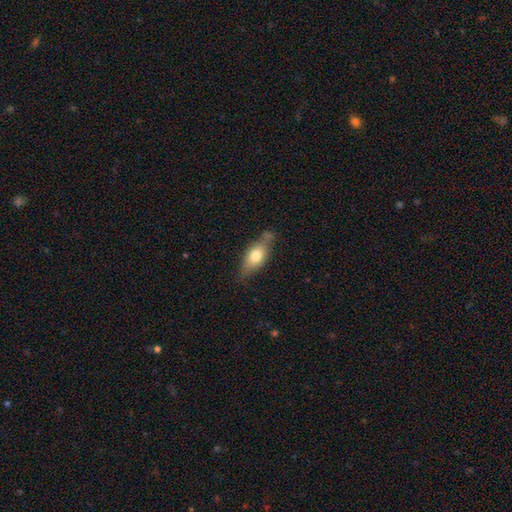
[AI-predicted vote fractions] A smooth galaxy with no disk features (68%) that is in between round and cigar-shaped (79%). Merging: none (63%).